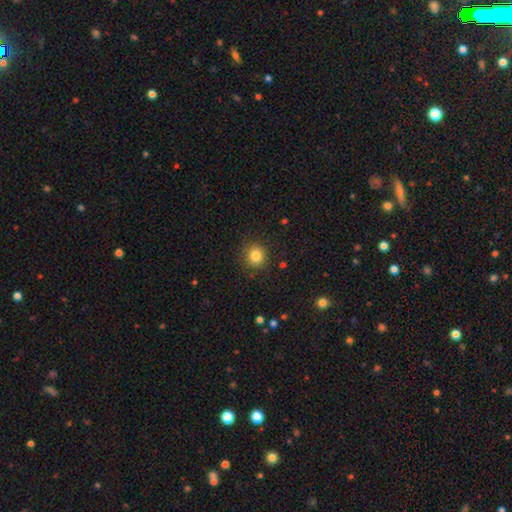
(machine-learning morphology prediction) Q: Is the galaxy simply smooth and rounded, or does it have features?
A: smooth — 83%.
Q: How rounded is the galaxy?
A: round — 88%.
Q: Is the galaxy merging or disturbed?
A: none — 86%.